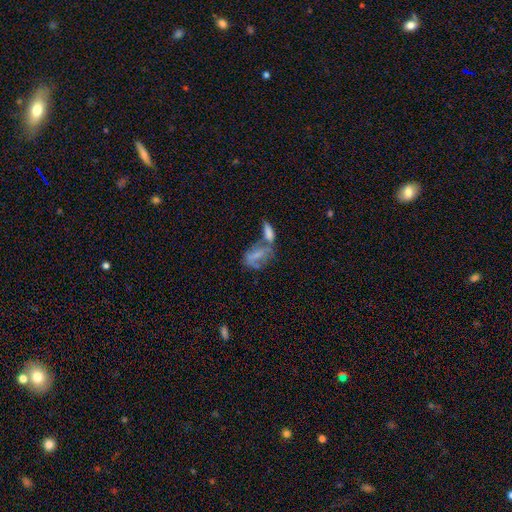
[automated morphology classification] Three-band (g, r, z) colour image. It shows a smooth galaxy with no disk features (51%) that is in between round and cigar-shaped (83%). Merging: merger (55%).